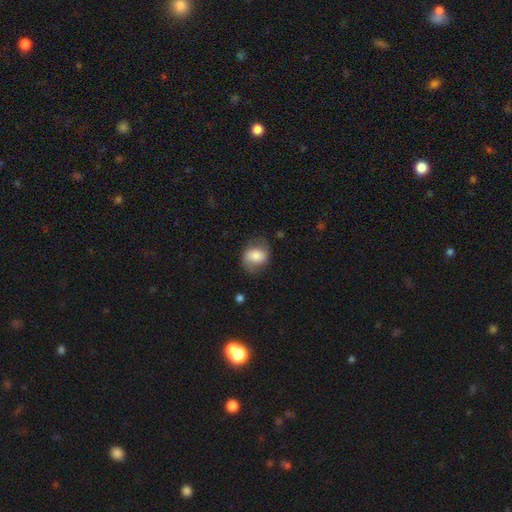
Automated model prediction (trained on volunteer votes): This is likely a smooth galaxy (65%). How rounded: possibly in between (51%). Merging: likely none (65%).